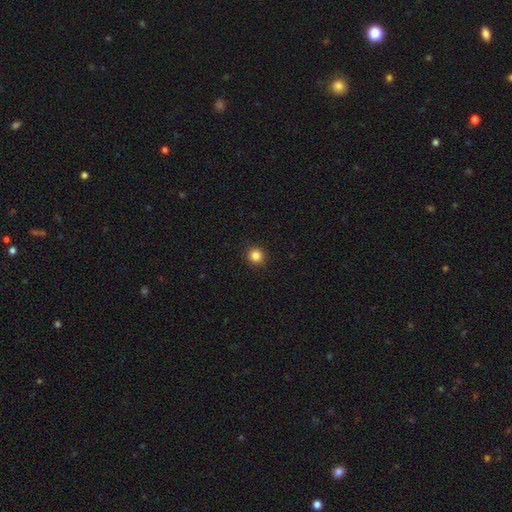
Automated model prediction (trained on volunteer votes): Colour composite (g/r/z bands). It shows a smooth galaxy with no disk features (85%) that is round (93%). Merging: none (93%).